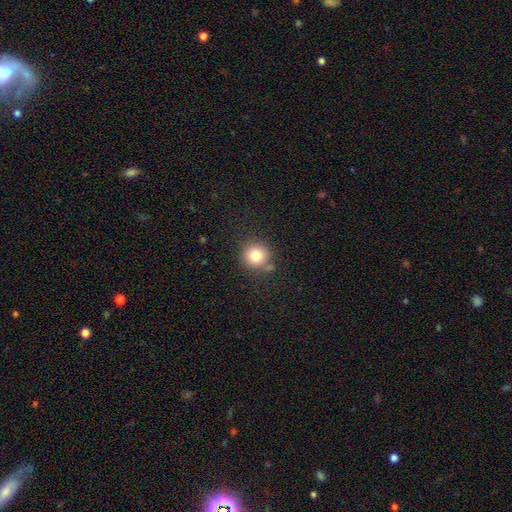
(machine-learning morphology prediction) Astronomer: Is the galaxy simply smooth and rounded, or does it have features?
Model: smooth — 80%.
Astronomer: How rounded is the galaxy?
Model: round — 93%.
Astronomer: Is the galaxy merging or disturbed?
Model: none — 80%.